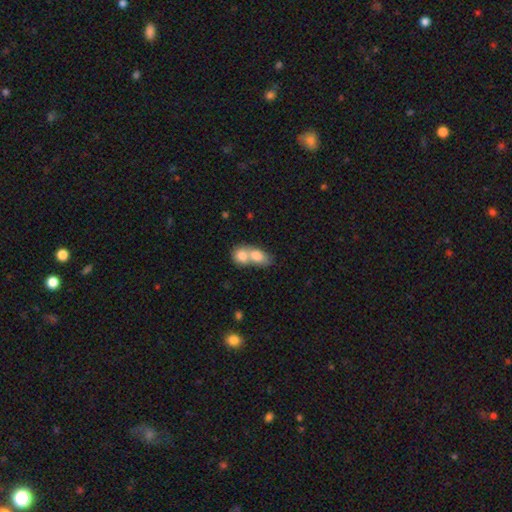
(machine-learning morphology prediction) Overall: smooth (76%). How rounded: in between (68%; round 29%). Merging: merger (76%).